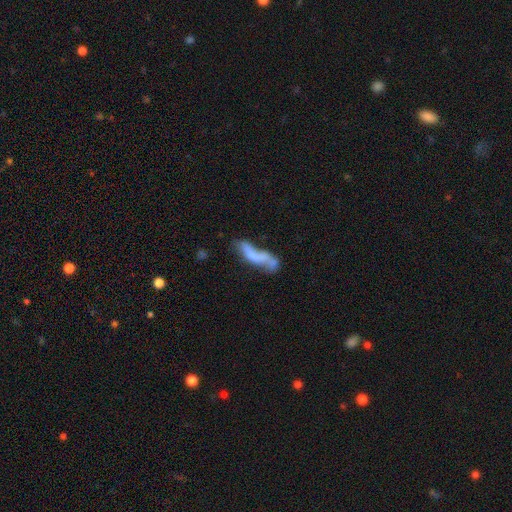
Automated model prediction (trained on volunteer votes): Q: Smooth or featured?
A: smooth (47%); runner-up: featured or disk (43%)
Q: Merging?
A: merger (32%); runner-up: major disturbance (25%)